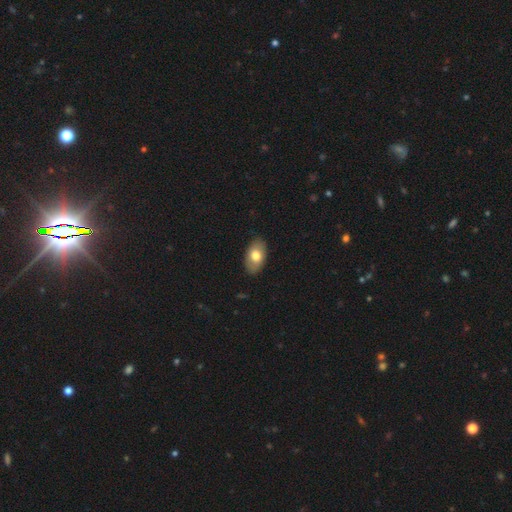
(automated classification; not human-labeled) Q: Smooth or featured?
A: smooth (72%); runner-up: featured or disk (22%)
Q: How rounded?
A: in between (93%); runner-up: round (6%)
Q: Merging?
A: none (86%); runner-up: minor disturbance (11%)